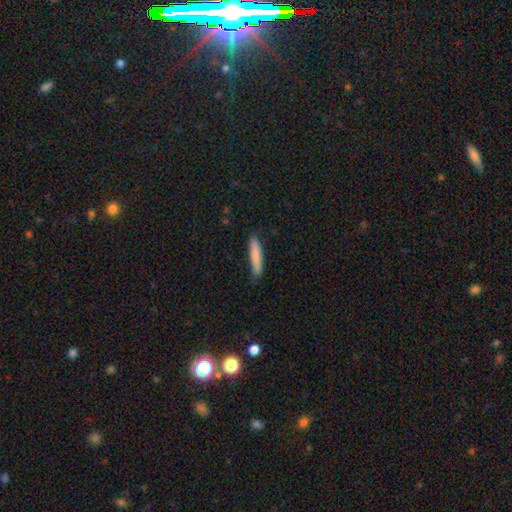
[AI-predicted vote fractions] Smooth or featured? smooth (83%)
How rounded? cigar-shaped (90%)
Merging? none (80%)